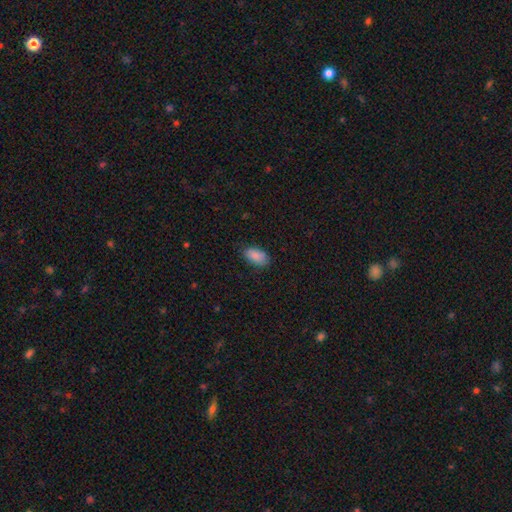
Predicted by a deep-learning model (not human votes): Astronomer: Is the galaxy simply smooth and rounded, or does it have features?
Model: smooth — 88%.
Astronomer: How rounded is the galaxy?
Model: in between — 94%.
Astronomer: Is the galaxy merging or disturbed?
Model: none — 80%.